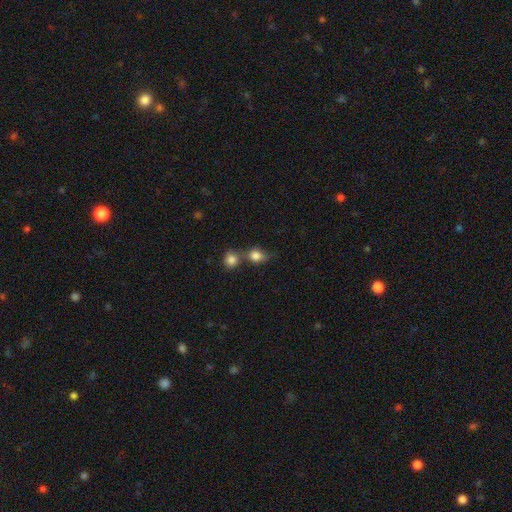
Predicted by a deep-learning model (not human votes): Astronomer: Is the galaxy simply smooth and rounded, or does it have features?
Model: smooth — 81%.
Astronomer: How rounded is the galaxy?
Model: round — 60% (runner-up: in between, 38%).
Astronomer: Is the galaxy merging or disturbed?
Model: merger — 44% (runner-up: none, 37%).